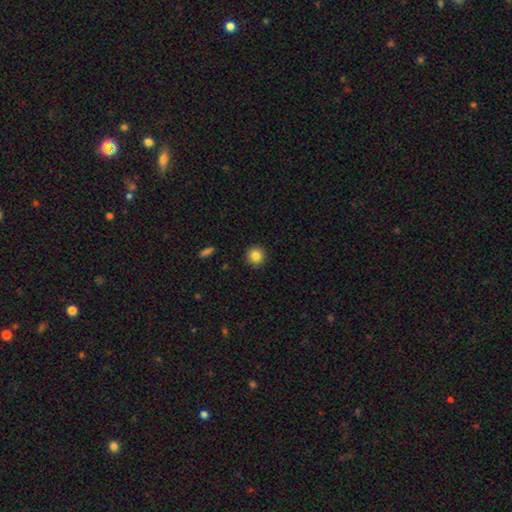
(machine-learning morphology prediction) Smooth or featured: smooth — 84% (star or artifact — 10%)
How rounded: round — 94% (in between — 5%)
Merging: none — 92% (minor disturbance — 5%)